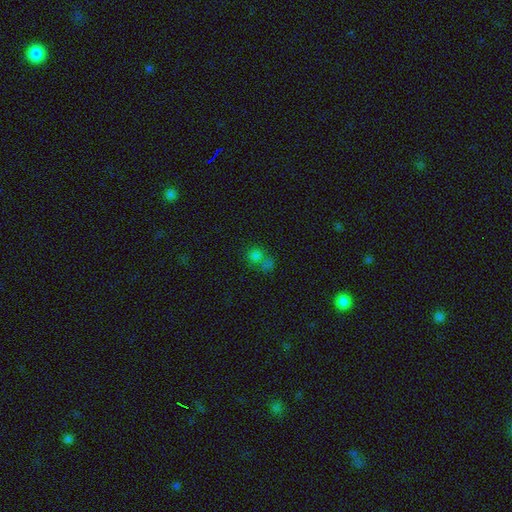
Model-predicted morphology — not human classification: This appears to be a smooth galaxy with no disk features (70%) that is round (81%). Merging: merger (49%).